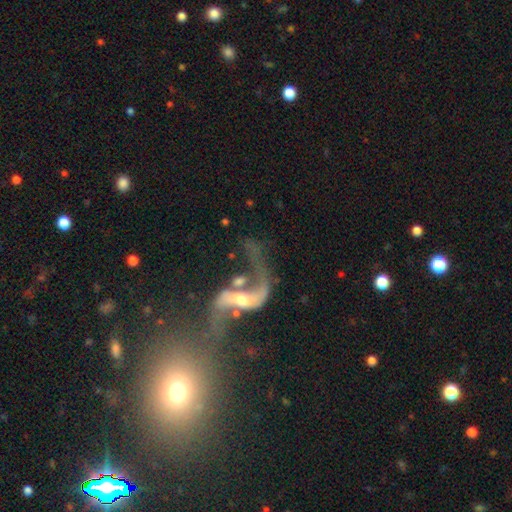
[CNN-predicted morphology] smooth_or_featured: featured or disk (p=0.82) [alt: star or artifact p=0.10]
disk_edge_on: no (p=0.93) [alt: yes p=0.07]
bar: no (p=0.38) [alt: weak p=0.37]
has_spiral_arms: yes (p=0.88) [alt: no p=0.12]
spiral_winding: loose (p=0.89) [alt: medium p=0.08]
spiral_arm_count: 2 (p=0.81) [alt: 1 p=0.13]
bulge_size: small (p=0.52) [alt: moderate p=0.31]
merging: none (p=0.33) [alt: major disturbance p=0.27]